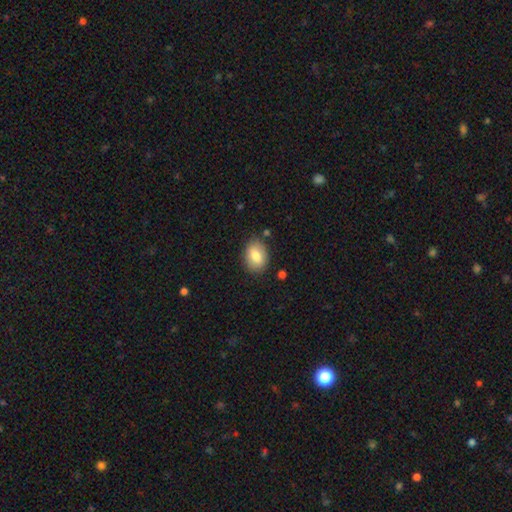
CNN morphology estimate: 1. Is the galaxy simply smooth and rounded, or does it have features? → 80% smooth, 12% featured or disk, 8% star or artifact.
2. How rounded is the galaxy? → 79% in between, 20% round, 1% cigar-shaped.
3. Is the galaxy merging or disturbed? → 82% none, 13% minor disturbance, 3% major disturbance, 2% merger.